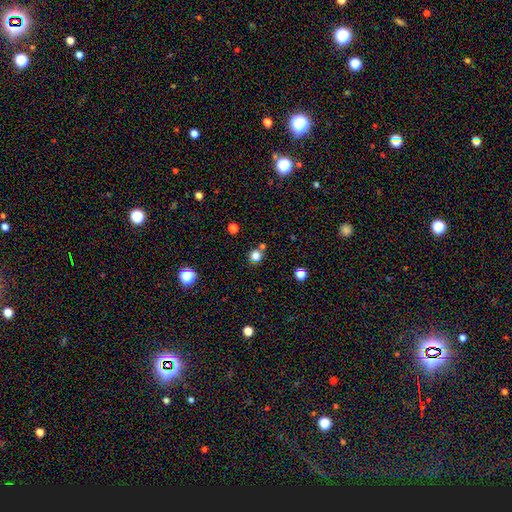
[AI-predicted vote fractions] smooth_or_featured: smooth (p=0.80) [alt: star or artifact p=0.15]
how_rounded: round (p=0.89) [alt: in between p=0.10]
merging: none (p=0.71) [alt: merger p=0.18]